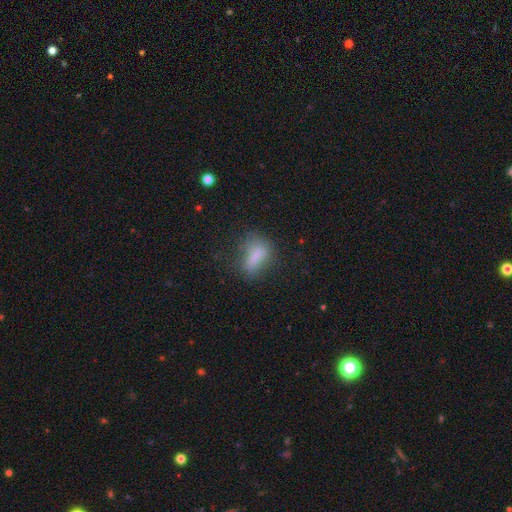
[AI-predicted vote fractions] The model was most divided on "merging": none: 52%, minor disturbance: 25%, major disturbance: 18%, merger: 4%. More confident: how rounded — in between (73%); smooth or featured — smooth (72%).